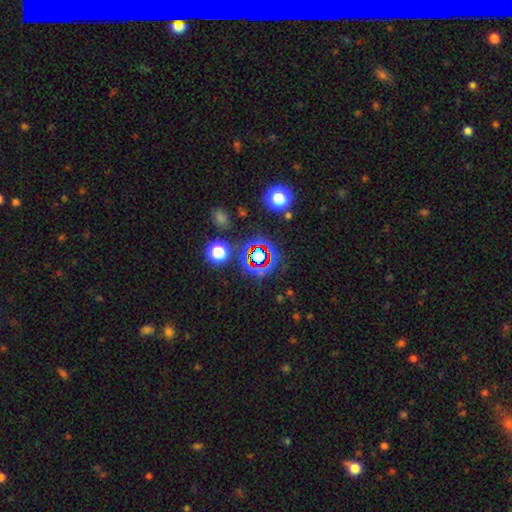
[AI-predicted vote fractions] smooth-or-featured: star or artifact: 69% | smooth: 19% | featured or disk: 11%